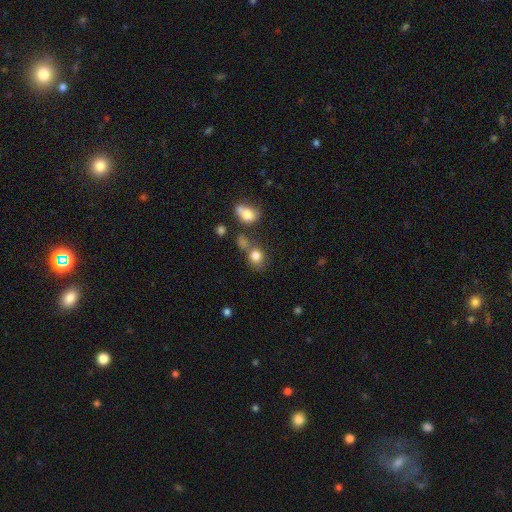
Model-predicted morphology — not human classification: Smooth or featured? smooth (80%)
How rounded? round (69%)
Merging? none (53%)